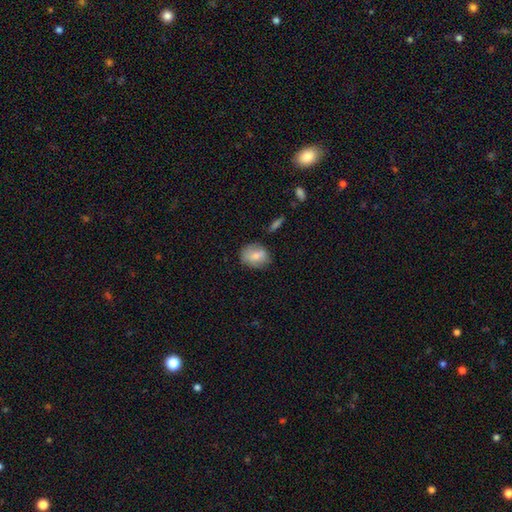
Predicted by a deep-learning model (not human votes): Smooth or featured? smooth (77%)
How rounded? in between (60%)
Merging? none (69%)